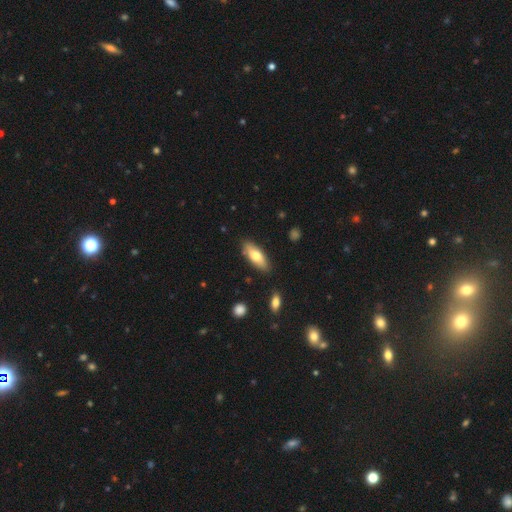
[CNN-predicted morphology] Overall: smooth (72%). How rounded: in between (70%). Merging: none (85%).